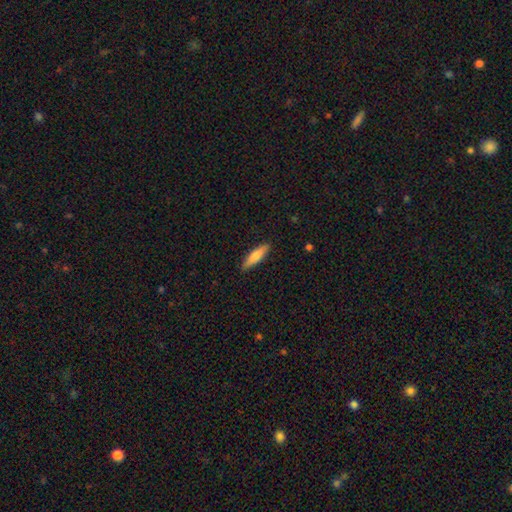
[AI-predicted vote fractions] smooth 75%, featured or disk 20%, star or artifact 5%. Down the decision tree: how rounded — cigar-shaped (73%); merging — none (89%).